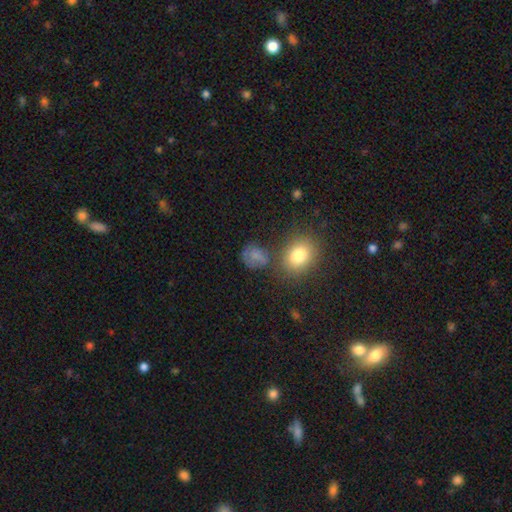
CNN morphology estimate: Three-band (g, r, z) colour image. It shows a smooth galaxy with no disk features (71%) that is round (60%). Merging: none (56%).